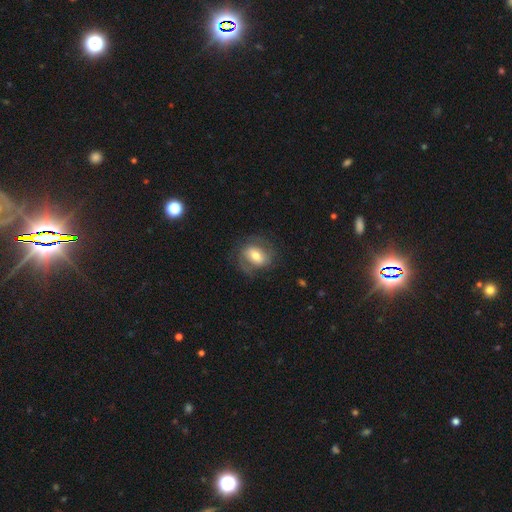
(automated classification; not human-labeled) The model was most divided on "smooth or featured": smooth: 49%, featured or disk: 43%, star or artifact: 8%. More confident: merging — none (65%).